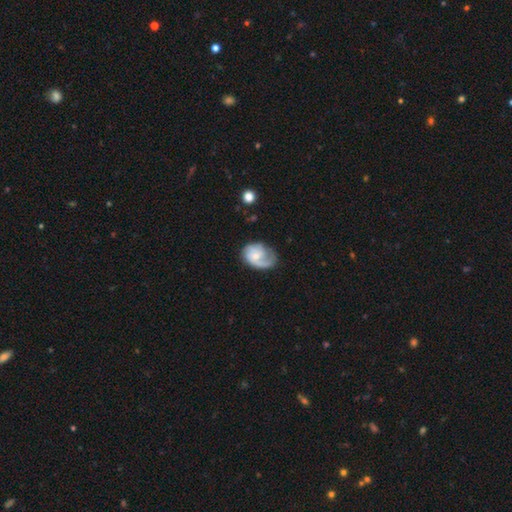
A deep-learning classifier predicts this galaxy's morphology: type=featured or disk (67%); edge-on=no (97%); bar=no (67%); spiral arms=yes (89%); winding=medium (40%); arm count=1 (47%); bulge=small (54%); merging=none (49%).